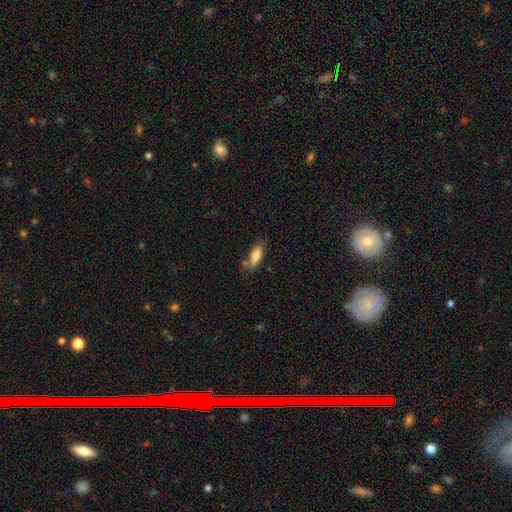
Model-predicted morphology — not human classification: Overall: smooth (76%). How rounded: in between (69%). Merging: none (61%; minor disturbance 22%).